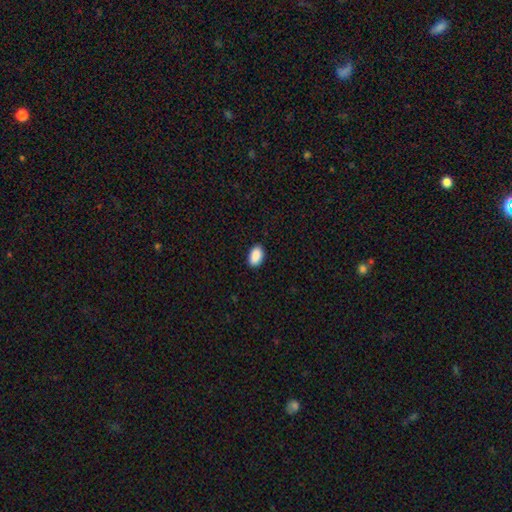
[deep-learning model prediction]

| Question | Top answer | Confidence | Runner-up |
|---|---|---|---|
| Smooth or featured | smooth | 90% | star or artifact (7%) |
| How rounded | in between | 93% | round (6%) |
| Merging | none | 88% | minor disturbance (9%) |